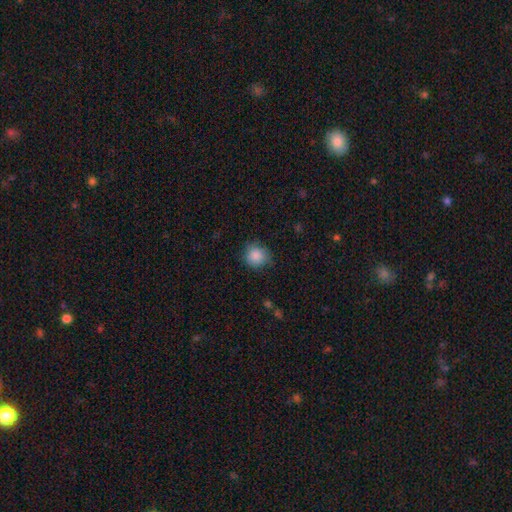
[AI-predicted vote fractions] Smooth or featured? Predicted: smooth (p=0.87). How rounded? Predicted: round (p=0.87). Merging? Predicted: none (p=0.75).